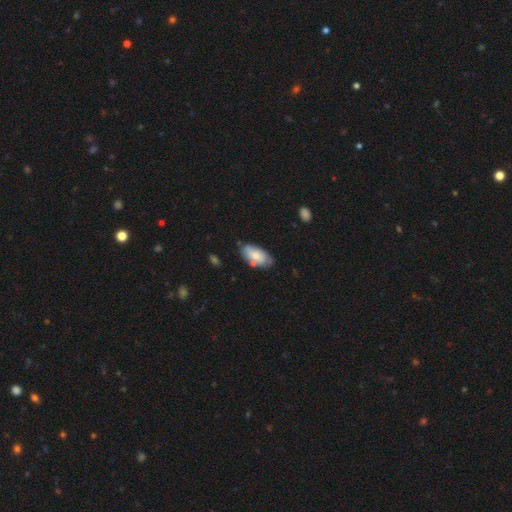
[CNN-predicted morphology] smooth-or-featured: smooth: 66% | featured or disk: 28% | star or artifact: 6%
  how-rounded: in between: 93% | cigar-shaped: 5% | round: 3%
  merging: none: 64% | minor disturbance: 24% | merger: 7% | major disturbance: 5%